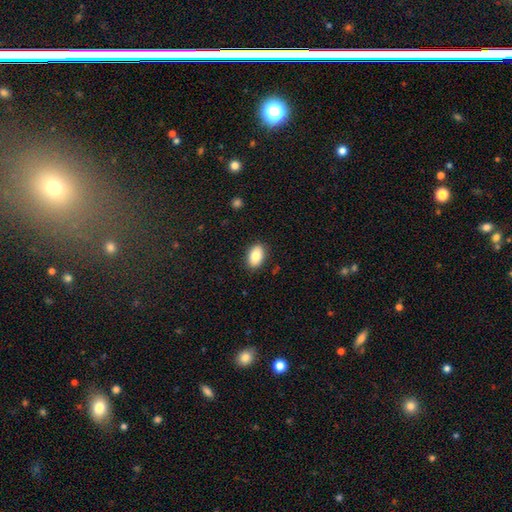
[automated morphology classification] This is clearly a smooth galaxy (84%). How rounded: clearly in between (90%). Merging: clearly none (88%).